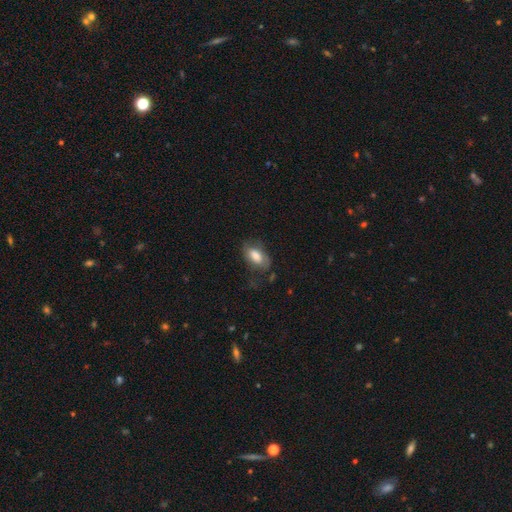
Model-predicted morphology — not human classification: A smooth galaxy with no disk features (72%) that is in between round and cigar-shaped (90%). Merging: none (56%).